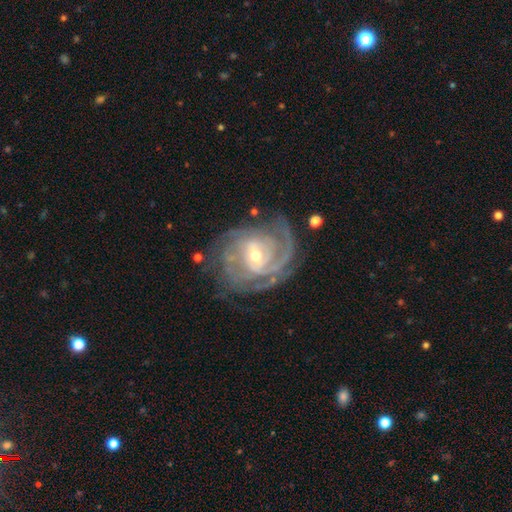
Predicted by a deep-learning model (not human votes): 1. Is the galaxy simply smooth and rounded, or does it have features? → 90% featured or disk, 5% smooth, 5% star or artifact.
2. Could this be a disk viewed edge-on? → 97% no, 3% yes.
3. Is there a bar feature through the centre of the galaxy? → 50% weak, 31% no, 19% strong.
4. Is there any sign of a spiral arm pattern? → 96% yes, 4% no.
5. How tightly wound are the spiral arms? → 64% tight, 30% medium, 7% loose.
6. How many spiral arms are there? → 28% can't tell, 26% 2, 23% 3, 10% 4, 6% 1, 6% more than 4.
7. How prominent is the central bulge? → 50% moderate, 46% small, 2% large, 1% none, 1% dominant.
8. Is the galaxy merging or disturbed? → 65% none, 20% minor disturbance, 12% major disturbance, 2% merger.